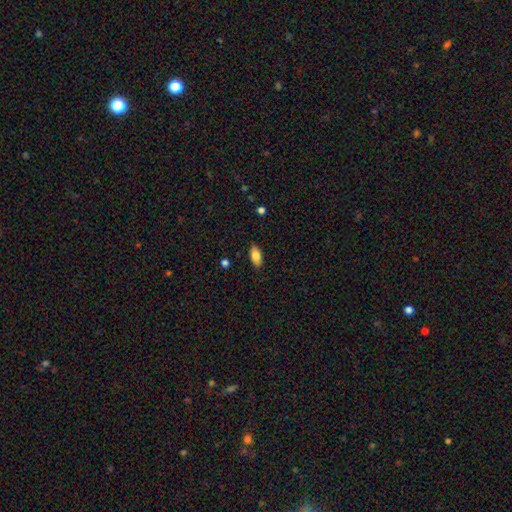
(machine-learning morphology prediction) Smooth or featured: smooth — 81% (featured or disk — 12%)
How rounded: in between — 88% (cigar-shaped — 9%)
Merging: none — 86% (minor disturbance — 11%)